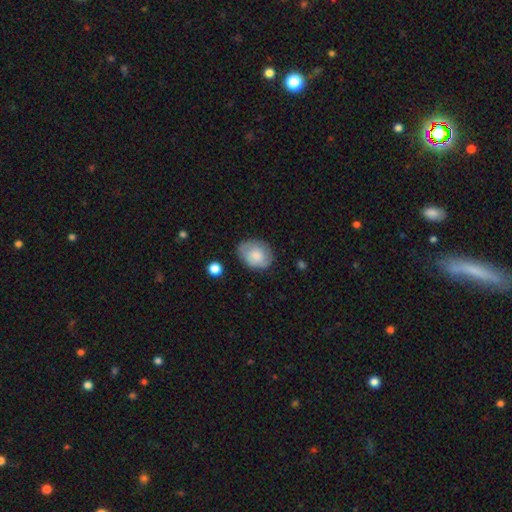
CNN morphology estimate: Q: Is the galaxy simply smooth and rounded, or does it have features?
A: smooth — 69%.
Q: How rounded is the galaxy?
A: in between — 67%.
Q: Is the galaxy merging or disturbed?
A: none — 70%.